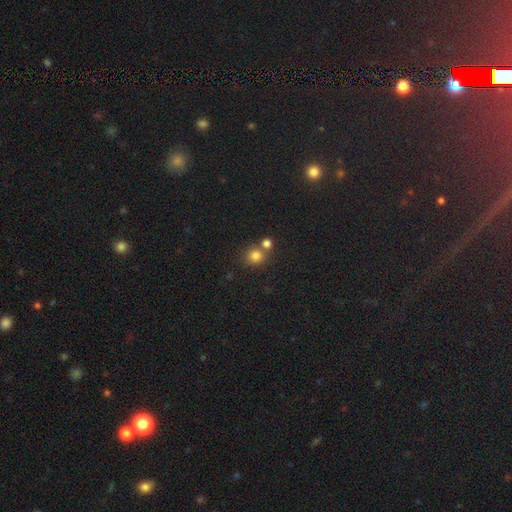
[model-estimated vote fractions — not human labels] Smooth or featured?
  - smooth: 80% *
  - star or artifact: 14%
  - featured or disk: 6%
How rounded?
  - round: 89% *
  - in between: 10%
  - cigar-shaped: 1%
Merging?
  - none: 62% *
  - merger: 28%
  - minor disturbance: 7%
  - major disturbance: 3%